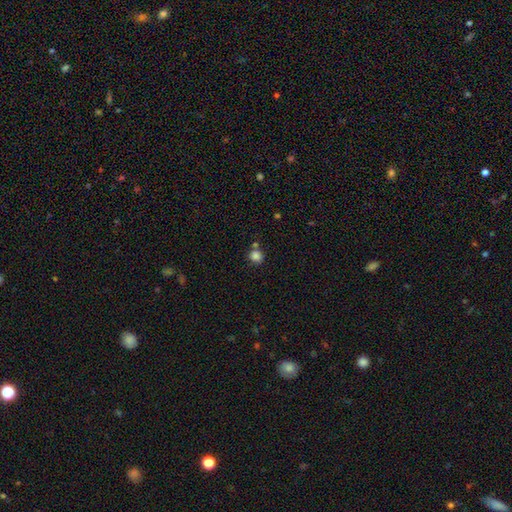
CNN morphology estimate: smooth 84%, star or artifact 12%, featured or disk 4%. Down the decision tree: how rounded — round (85%); merging — none (67%).